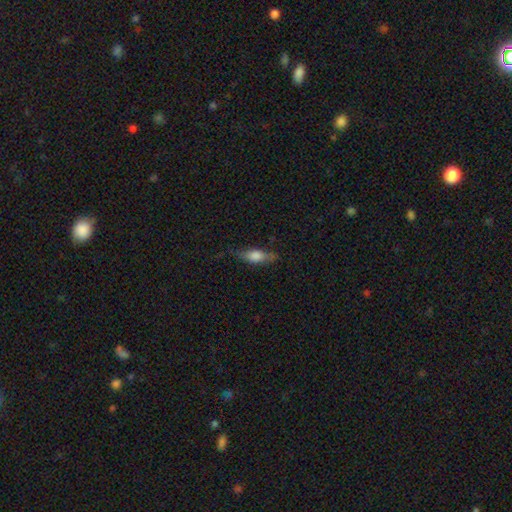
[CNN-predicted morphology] The model was most divided on "how rounded": in between: 63%, cigar-shaped: 34%, round: 4%. More confident: merging — none (70%); smooth or featured — smooth (65%).